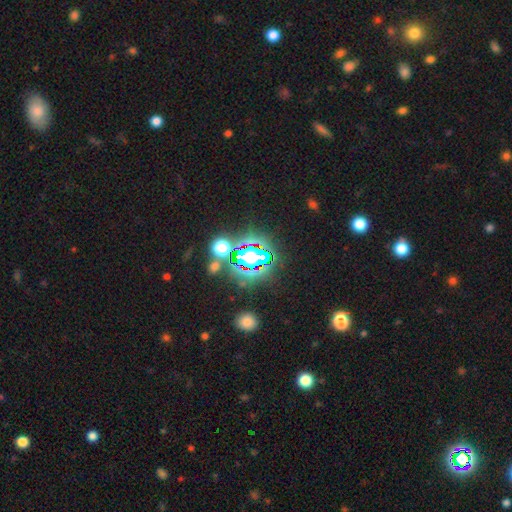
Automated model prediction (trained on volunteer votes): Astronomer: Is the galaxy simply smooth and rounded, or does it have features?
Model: star or artifact — 74%.